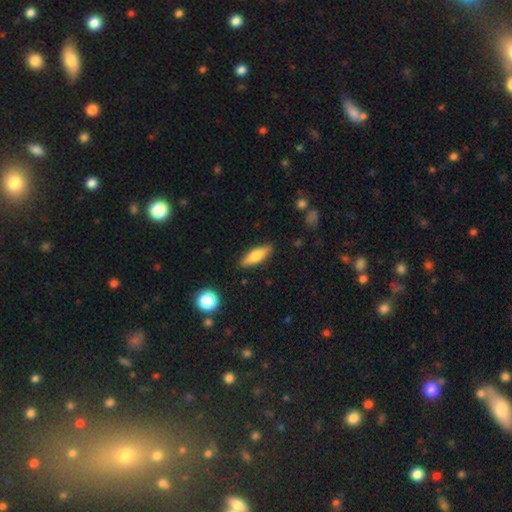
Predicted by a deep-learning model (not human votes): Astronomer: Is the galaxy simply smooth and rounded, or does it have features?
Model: smooth — 61%.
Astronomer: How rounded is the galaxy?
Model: cigar-shaped — 52% (runner-up: in between, 45%).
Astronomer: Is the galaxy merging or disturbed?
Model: none — 87%.